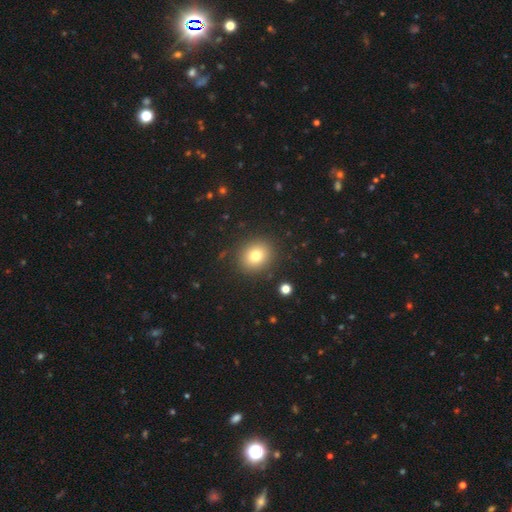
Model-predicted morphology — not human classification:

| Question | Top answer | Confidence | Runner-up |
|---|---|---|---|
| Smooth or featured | smooth | 78% | star or artifact (13%) |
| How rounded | round | 76% | in between (23%) |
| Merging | none | 89% | minor disturbance (7%) |